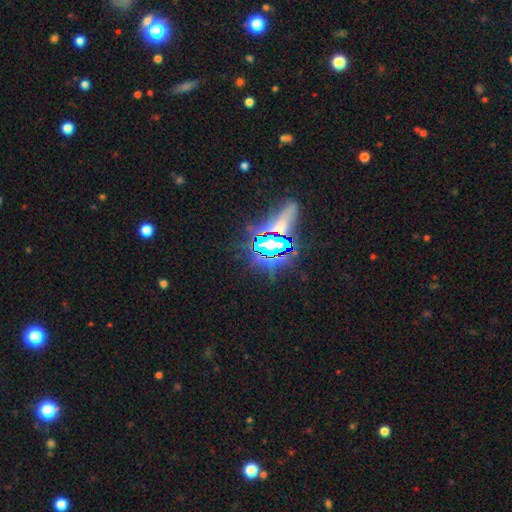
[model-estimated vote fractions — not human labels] This is clearly a star or artifact rather than a galaxy (82%).